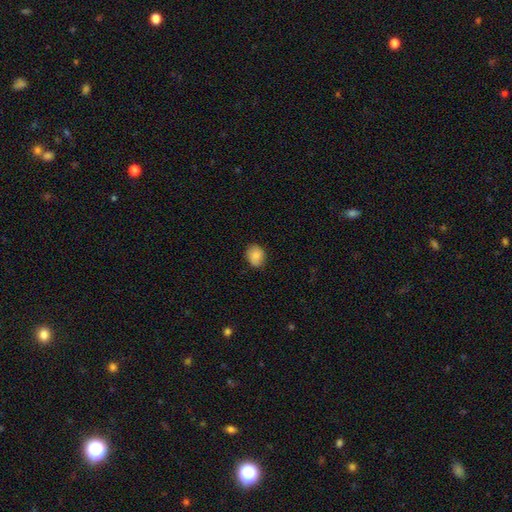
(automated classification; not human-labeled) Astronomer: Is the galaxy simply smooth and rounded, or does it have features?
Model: smooth — 85%.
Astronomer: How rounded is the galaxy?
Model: round — 53% (runner-up: in between, 46%).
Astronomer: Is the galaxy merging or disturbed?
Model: none — 81%.